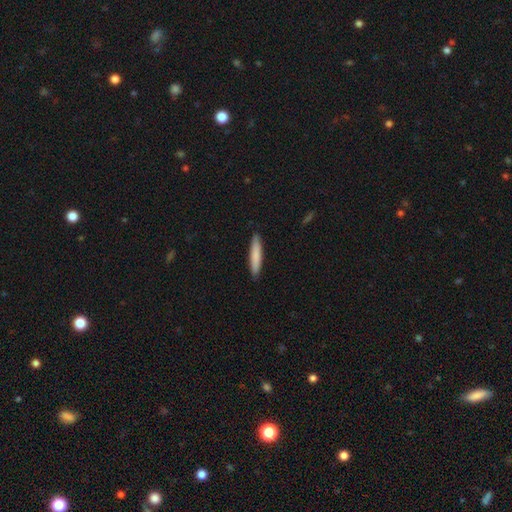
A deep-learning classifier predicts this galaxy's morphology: smooth-or-featured: smooth: 81% | featured or disk: 14% | star or artifact: 5%
  how-rounded: cigar-shaped: 90% | in between: 9% | round: 1%
  merging: none: 90% | minor disturbance: 8% | major disturbance: 1% | merger: 1%